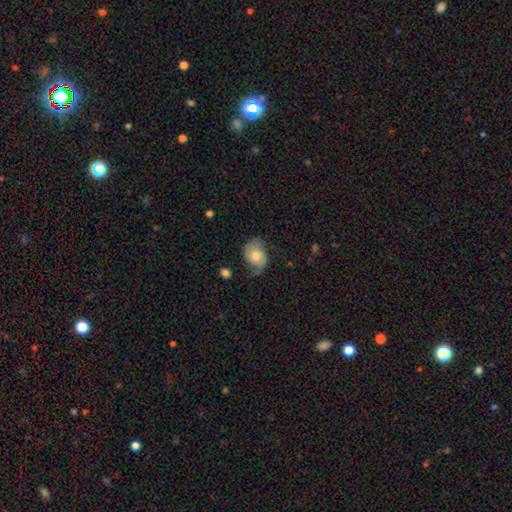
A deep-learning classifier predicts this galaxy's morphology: Smooth or featured?
  - featured or disk: 49% *
  - smooth: 43%
  - star or artifact: 8%
Merging?
  - none: 56% *
  - minor disturbance: 29%
  - major disturbance: 13%
  - merger: 2%